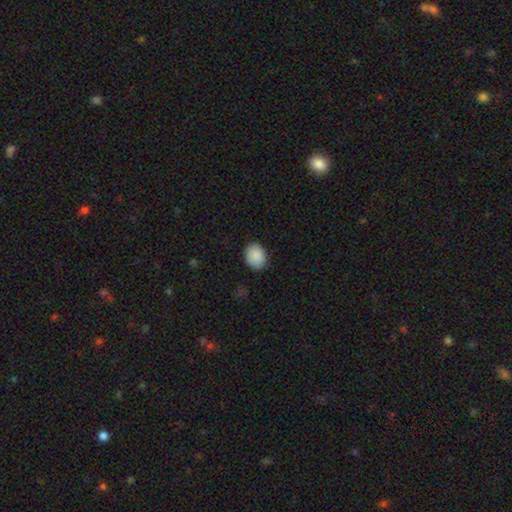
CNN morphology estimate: Overall: smooth (89%). How rounded: in between (58%; round 41%). Merging: none (87%).